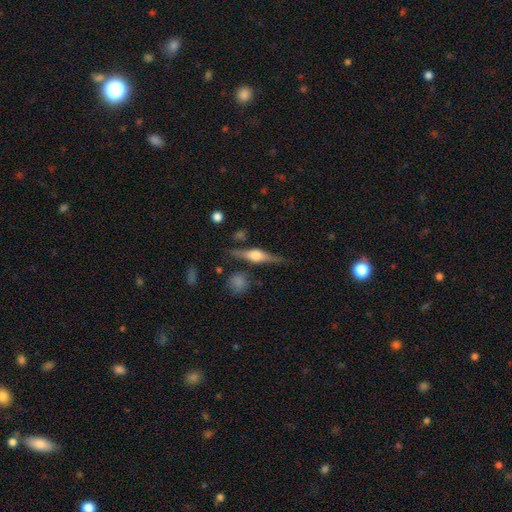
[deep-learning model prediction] featured or disk 72%, smooth 22%, star or artifact 6%. Down the decision tree: edge-on disk — yes (97%); edge-on bulge — rounded (89%); merging — none (82%).